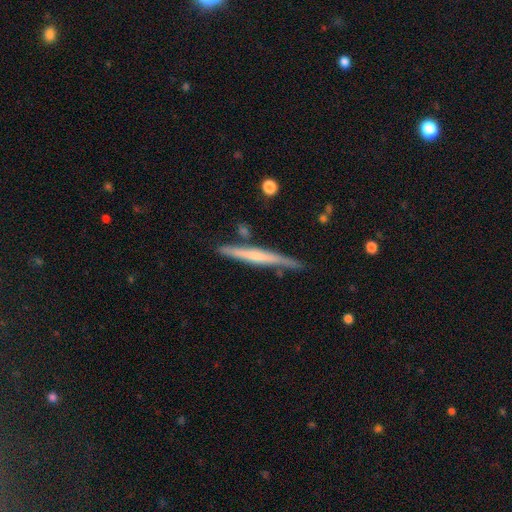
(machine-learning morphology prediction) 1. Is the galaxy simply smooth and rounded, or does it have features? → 55% featured or disk, 40% smooth, 5% star or artifact.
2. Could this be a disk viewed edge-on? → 96% yes, 4% no.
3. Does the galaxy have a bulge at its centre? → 61% none, 25% rounded, 14% boxy.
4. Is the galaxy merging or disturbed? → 78% none, 15% minor disturbance, 4% merger, 3% major disturbance.